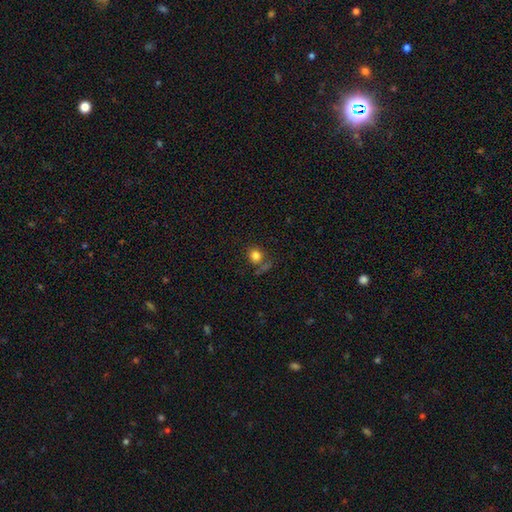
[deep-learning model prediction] smooth-or-featured: smooth: 80% | star or artifact: 12% | featured or disk: 8%
  how-rounded: round: 83% | in between: 16% | cigar-shaped: 1%
  merging: none: 68% | minor disturbance: 13% | merger: 12% | major disturbance: 7%